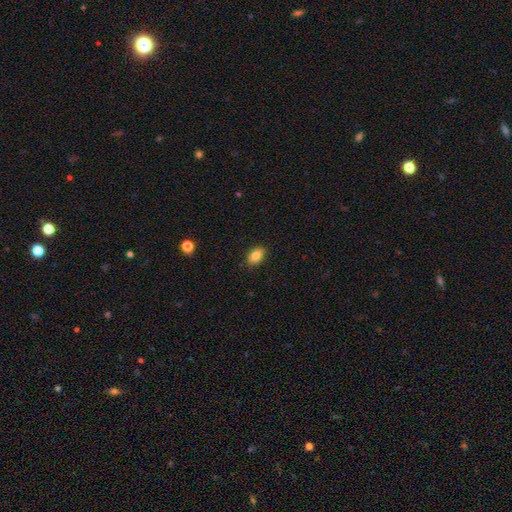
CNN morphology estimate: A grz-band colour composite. It shows a smooth galaxy with no disk features (84%) that is in between round and cigar-shaped (85%). Merging: none (87%).